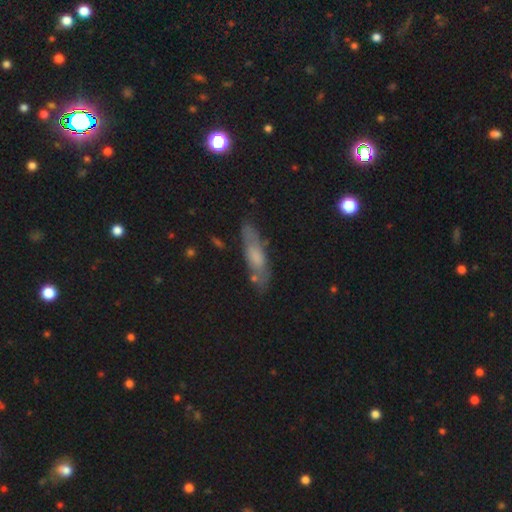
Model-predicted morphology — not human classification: Smooth or featured? Predicted: smooth (p=0.56). How rounded? Predicted: cigar-shaped (p=0.61). Merging? Predicted: none (p=0.74).